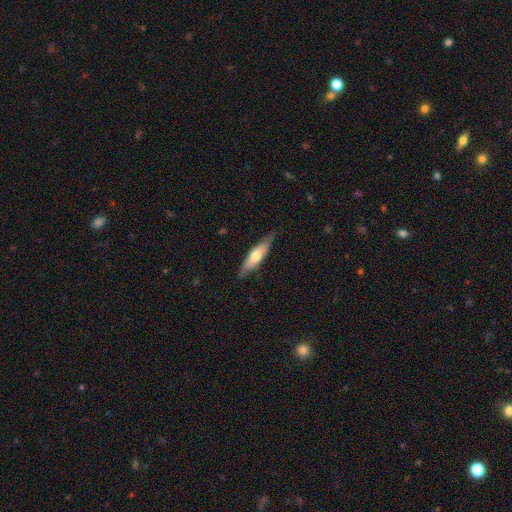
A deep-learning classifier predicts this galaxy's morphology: Smooth or featured?
  - smooth: 55% *
  - featured or disk: 40%
  - star or artifact: 5%
How rounded?
  - cigar-shaped: 63% *
  - in between: 35%
  - round: 2%
Merging?
  - none: 79% *
  - minor disturbance: 17%
  - major disturbance: 3%
  - merger: 1%